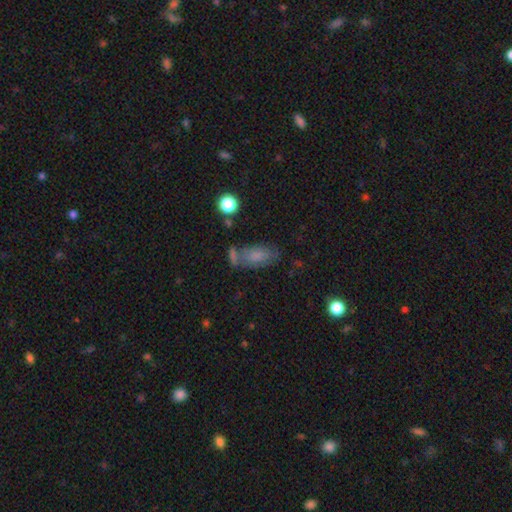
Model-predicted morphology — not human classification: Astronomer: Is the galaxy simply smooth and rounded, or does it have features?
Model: smooth — 71%.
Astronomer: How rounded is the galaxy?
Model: in between — 85%.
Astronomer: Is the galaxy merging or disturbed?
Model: none — 56%.